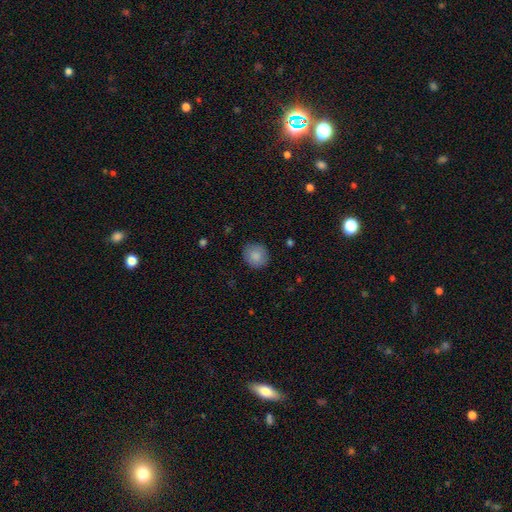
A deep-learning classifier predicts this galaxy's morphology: Overall: smooth (86%). How rounded: round (84%). Merging: none (87%).